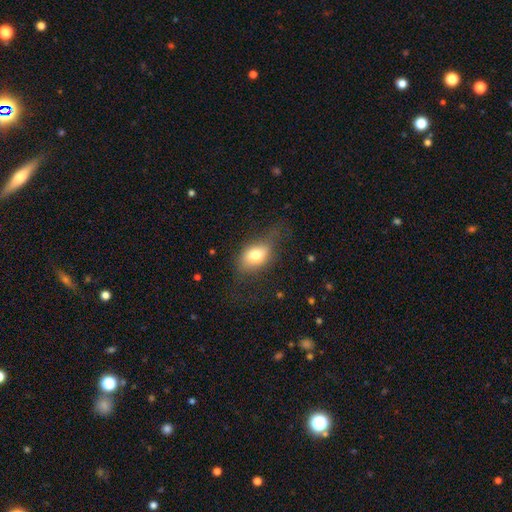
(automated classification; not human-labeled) smooth 71%, featured or disk 21%, star or artifact 9%. Down the decision tree: how rounded — in between (80%); merging — none (57%).